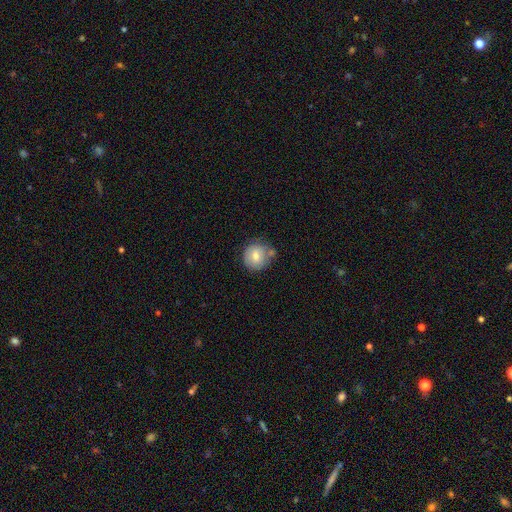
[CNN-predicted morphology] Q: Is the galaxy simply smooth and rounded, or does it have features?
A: smooth — 75%.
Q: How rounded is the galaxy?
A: round — 89%.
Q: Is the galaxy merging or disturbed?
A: none — 63%.